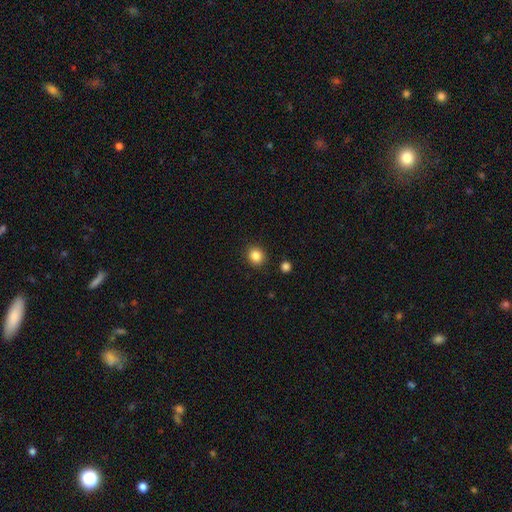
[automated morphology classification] This is clearly a smooth galaxy (85%). How rounded: clearly round (80%). Merging: clearly none (89%).